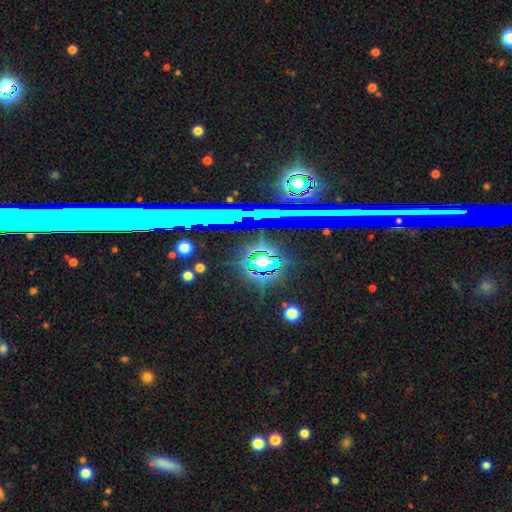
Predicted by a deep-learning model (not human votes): Overall: star or artifact (73%).